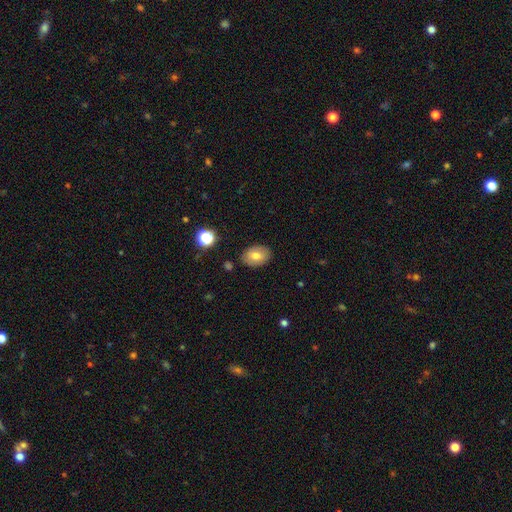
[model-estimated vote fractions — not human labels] A smooth galaxy with no disk features (70%) that is in between round and cigar-shaped (79%). Merging: none (84%).